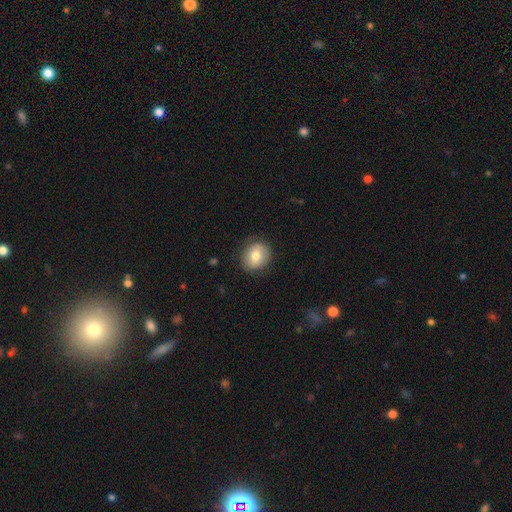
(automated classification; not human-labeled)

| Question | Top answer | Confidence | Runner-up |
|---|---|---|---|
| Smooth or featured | smooth | 75% | featured or disk (18%) |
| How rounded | round | 73% | in between (26%) |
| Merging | none | 83% | minor disturbance (12%) |